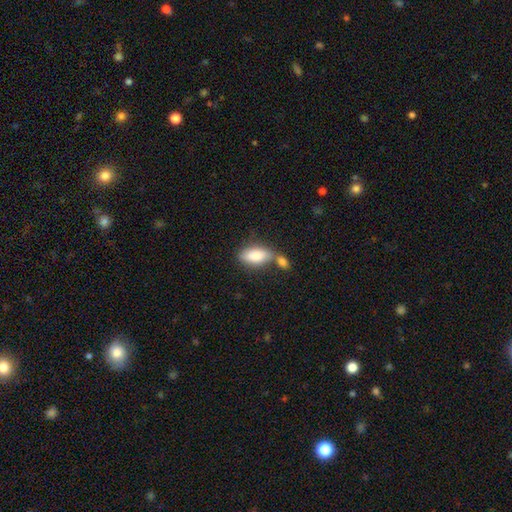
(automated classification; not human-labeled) smooth-or-featured: smooth: 81% | featured or disk: 13% | star or artifact: 6%
  how-rounded: in between: 86% | cigar-shaped: 11% | round: 3%
  merging: none: 44% | merger: 37% | minor disturbance: 14% | major disturbance: 5%